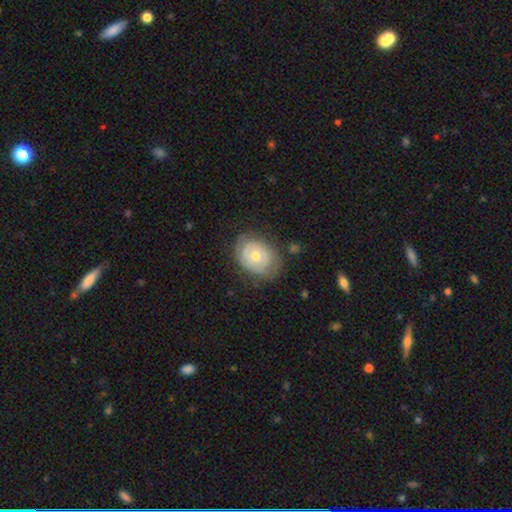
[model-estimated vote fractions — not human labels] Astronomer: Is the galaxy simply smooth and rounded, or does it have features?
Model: featured or disk — 60%.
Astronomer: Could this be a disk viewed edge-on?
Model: no — 96%.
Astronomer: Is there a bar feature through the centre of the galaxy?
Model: no — 81%.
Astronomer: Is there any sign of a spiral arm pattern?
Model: yes — 65%.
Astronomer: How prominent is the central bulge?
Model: moderate — 58% (runner-up: small, 38%).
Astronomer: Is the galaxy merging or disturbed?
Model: none — 68%.